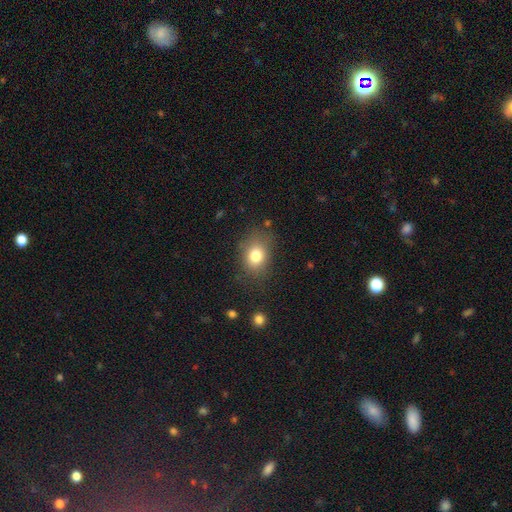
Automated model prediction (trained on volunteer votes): smooth 79%, star or artifact 11%, featured or disk 10%. Down the decision tree: how rounded — in between (60%); merging — none (74%).